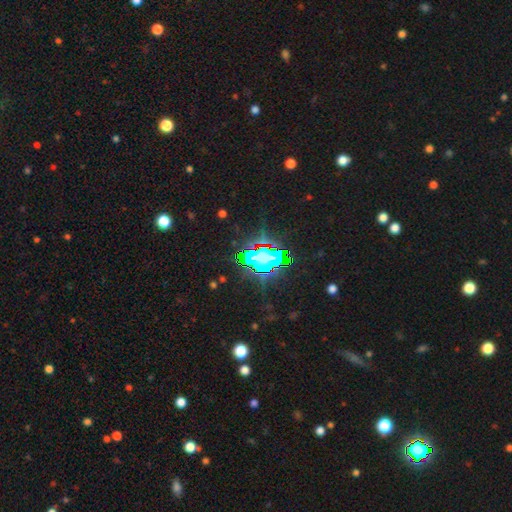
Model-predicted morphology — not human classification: A star or artifact, not a galaxy (83%).

Vote fractions:
- Smooth or featured? star or artifact: 83% / smooth: 9% / featured or disk: 8%